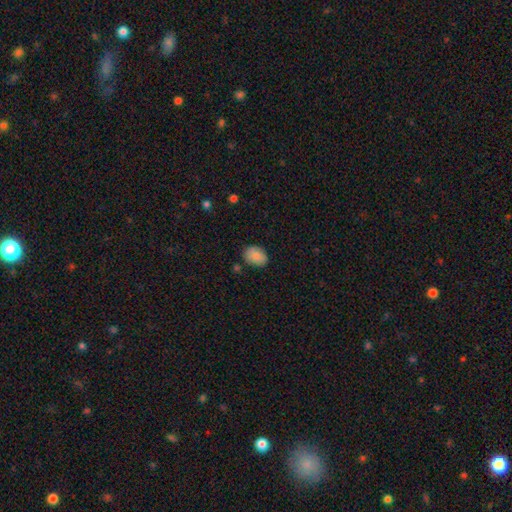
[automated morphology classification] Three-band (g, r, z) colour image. It shows a smooth galaxy with no disk features (86%) that is in between round and cigar-shaped (74%). Merging: none (79%).